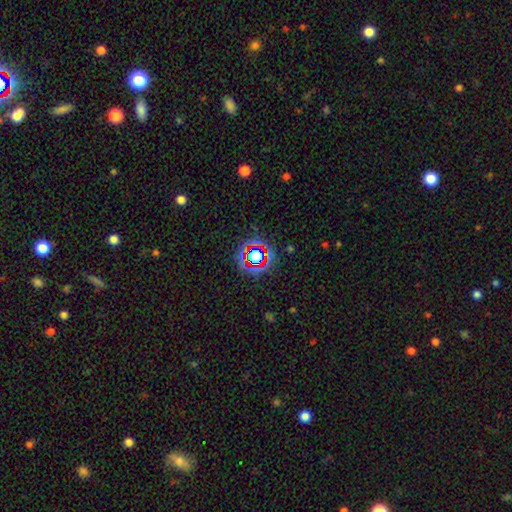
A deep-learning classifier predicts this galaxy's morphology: star or artifact 64%, smooth 24%, featured or disk 13%.